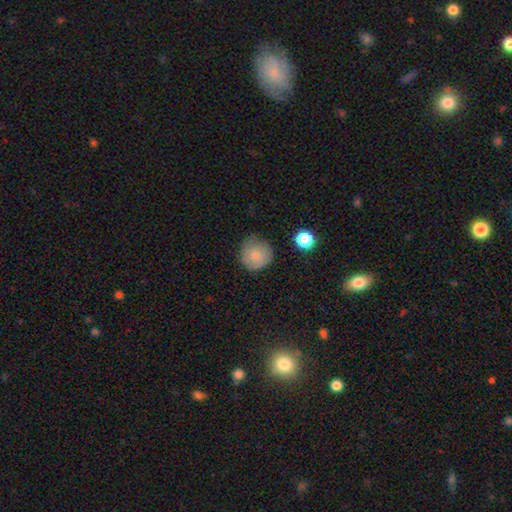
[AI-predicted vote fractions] This is likely a smooth galaxy (79%). How rounded: clearly round (92%). Merging: likely none (69%).